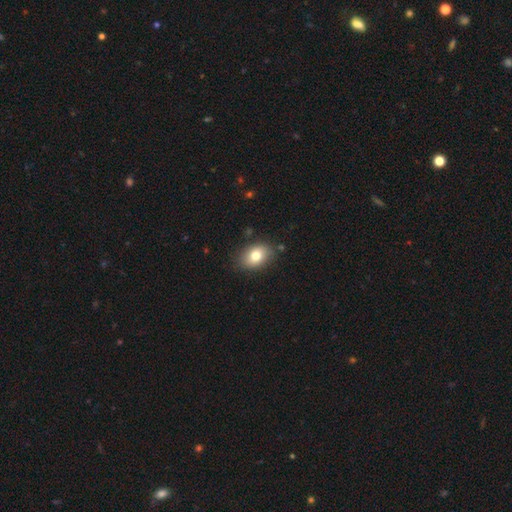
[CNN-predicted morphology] smooth-or-featured: smooth: 78% | featured or disk: 14% | star or artifact: 9%
  how-rounded: in between: 78% | round: 21% | cigar-shaped: 1%
  merging: none: 83% | minor disturbance: 13% | major disturbance: 3% | merger: 2%